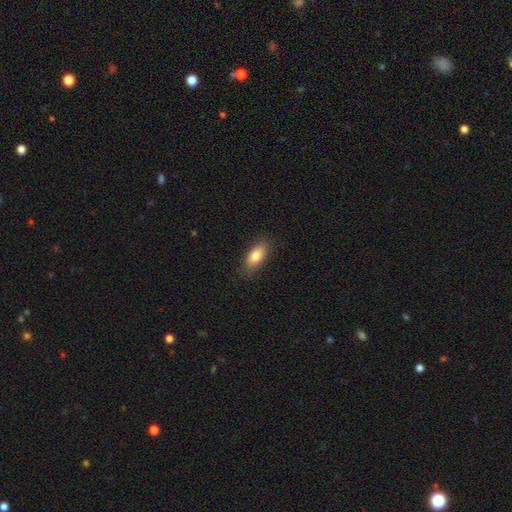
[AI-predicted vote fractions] A smooth galaxy with no disk features (82%) that is in between round and cigar-shaped (84%).

Vote fractions:
- Smooth or featured? smooth: 82% / featured or disk: 11% / star or artifact: 7%
- How rounded? in between: 84% / cigar-shaped: 12% / round: 4%
- Merging? none: 84% / minor disturbance: 12% / major disturbance: 3% / merger: 1%